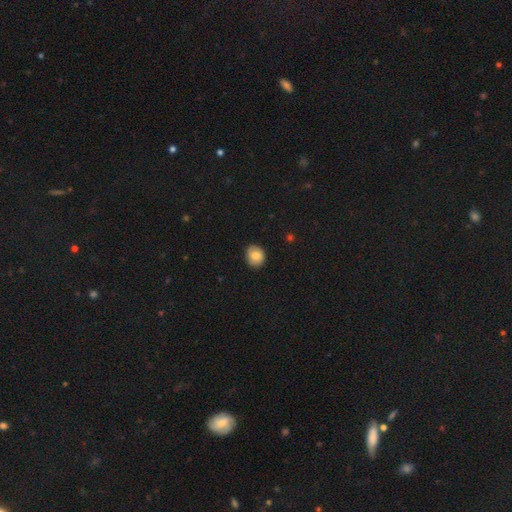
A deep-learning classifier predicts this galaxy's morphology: Smooth or featured: smooth — 77% (featured or disk — 15%)
How rounded: round — 69% (in between — 30%)
Merging: none — 84% (minor disturbance — 13%)